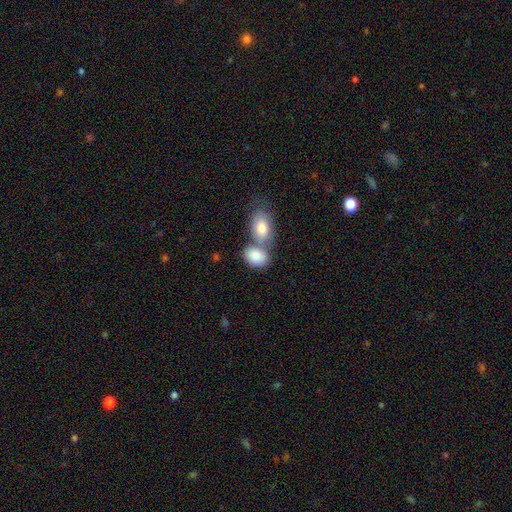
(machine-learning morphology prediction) A smooth galaxy with no disk features (85%) that is in between round and cigar-shaped (85%). Merging: merger (56%).